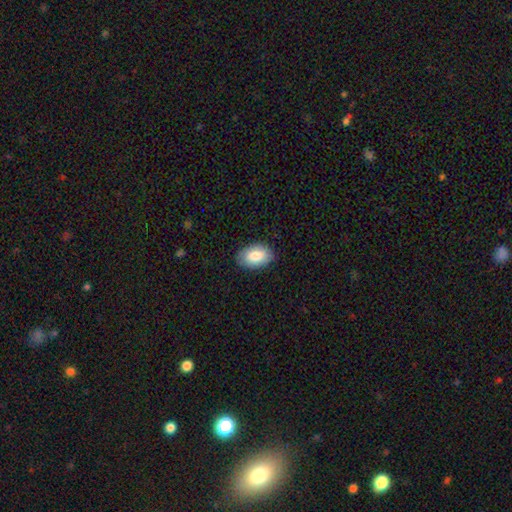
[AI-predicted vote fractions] Overall: smooth (82%). How rounded: in between (92%). Merging: none (85%).